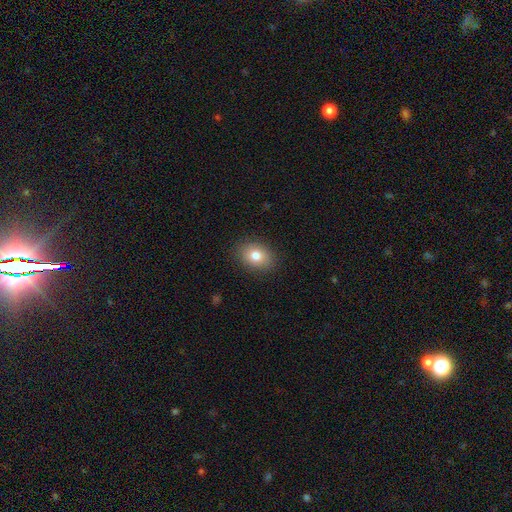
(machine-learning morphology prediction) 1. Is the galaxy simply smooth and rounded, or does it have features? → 79% smooth, 11% featured or disk, 9% star or artifact.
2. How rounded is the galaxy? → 70% in between, 29% round, 1% cigar-shaped.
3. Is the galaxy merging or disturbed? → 87% none, 9% minor disturbance, 3% major disturbance, 1% merger.